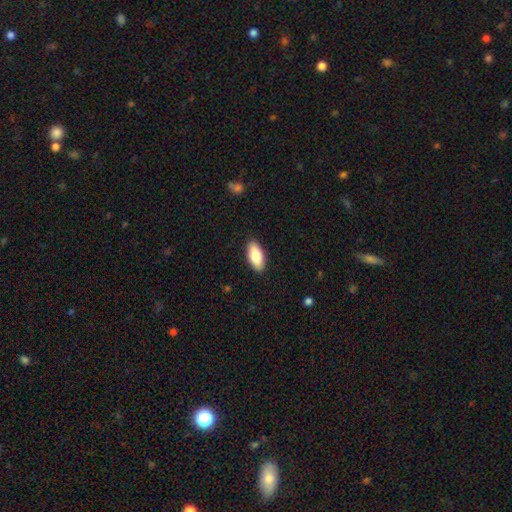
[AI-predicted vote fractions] Morphology: type=smooth (81%); roundness=in between (87%); merging=none (89%).